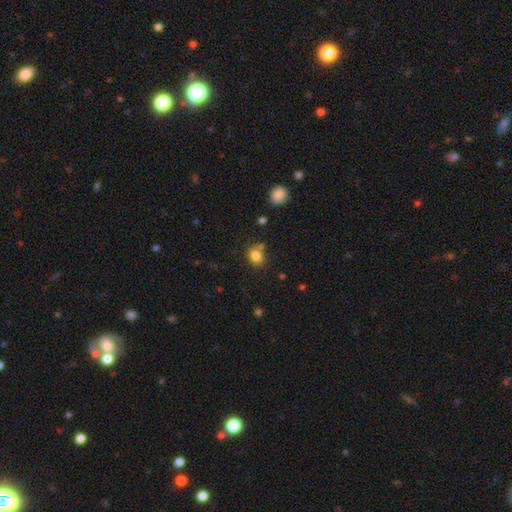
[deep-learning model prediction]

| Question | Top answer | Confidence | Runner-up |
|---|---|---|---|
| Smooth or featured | smooth | 82% | star or artifact (11%) |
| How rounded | round | 55% | in between (44%) |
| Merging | none | 69% | merger (14%) |